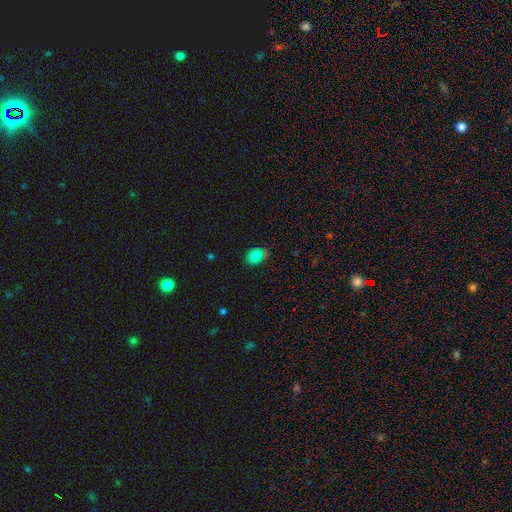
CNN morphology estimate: smooth_or_featured: smooth (p=0.81) [alt: star or artifact p=0.12]
how_rounded: in between (p=0.57) [alt: round p=0.42]
merging: none (p=0.69) [alt: minor disturbance p=0.22]